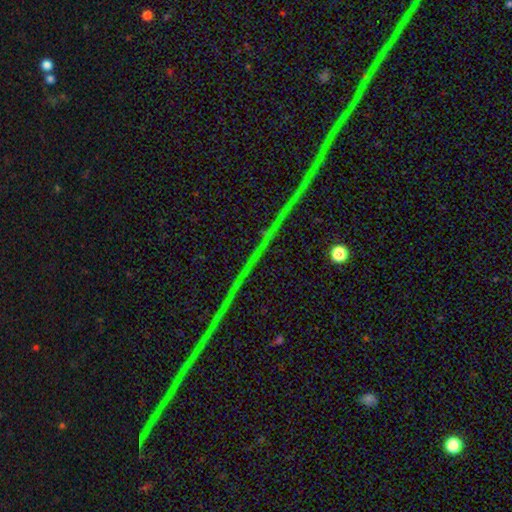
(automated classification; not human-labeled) star or artifact 81%, featured or disk 12%, smooth 7%.